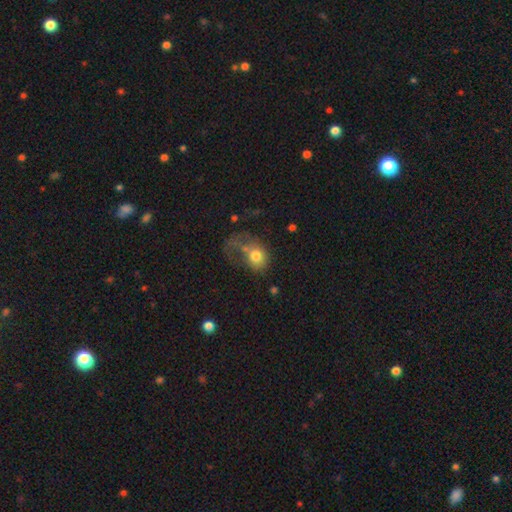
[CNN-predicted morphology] smooth_or_featured: smooth (p=0.70) [alt: featured or disk p=0.21]
how_rounded: round (p=0.51) [alt: in between p=0.47]
merging: major disturbance (p=0.51) [alt: none p=0.19]